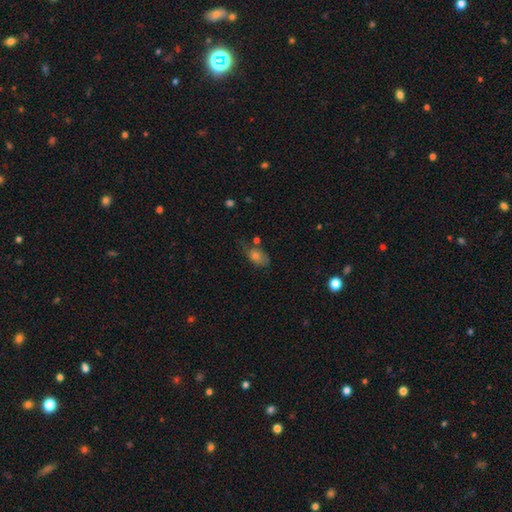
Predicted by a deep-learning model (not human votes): Q: Smooth or featured?
A: smooth (66%); runner-up: featured or disk (20%)
Q: How rounded?
A: in between (82%); runner-up: round (13%)
Q: Merging?
A: none (49%); runner-up: minor disturbance (30%)